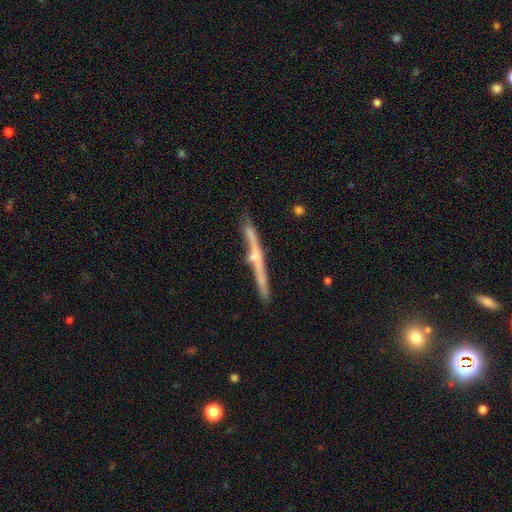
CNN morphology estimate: Smooth or featured: featured or disk — 72% (smooth — 22%)
Edge-on disk: yes — 97% (no — 3%)
Edge-on bulge: rounded — 59% (none — 34%)
Merging: none — 80% (minor disturbance — 12%)